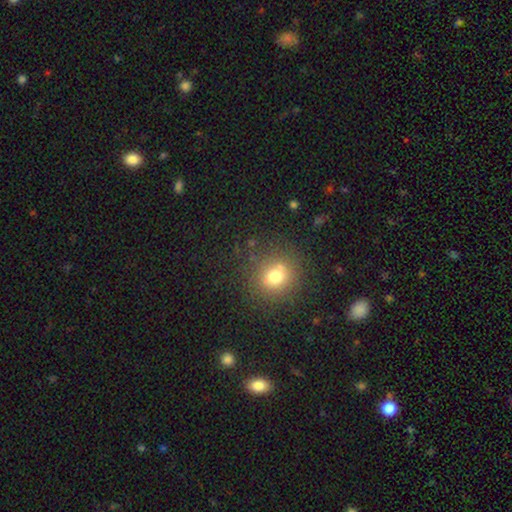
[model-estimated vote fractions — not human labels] smooth 69%, star or artifact 23%, featured or disk 8%. Down the decision tree: how rounded — round (85%); merging — none (88%).